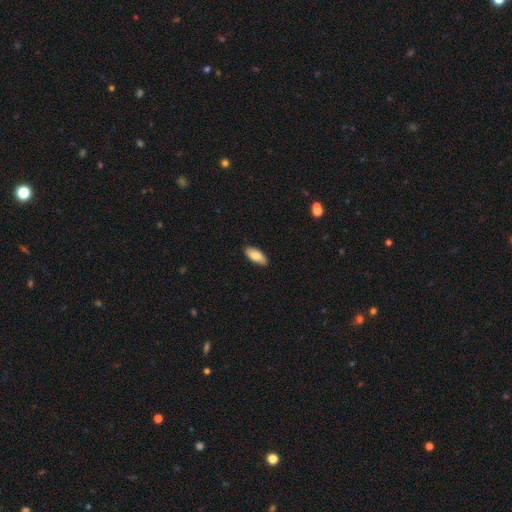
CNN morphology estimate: type=smooth (81%); roundness=in between (84%); merging=none (87%).